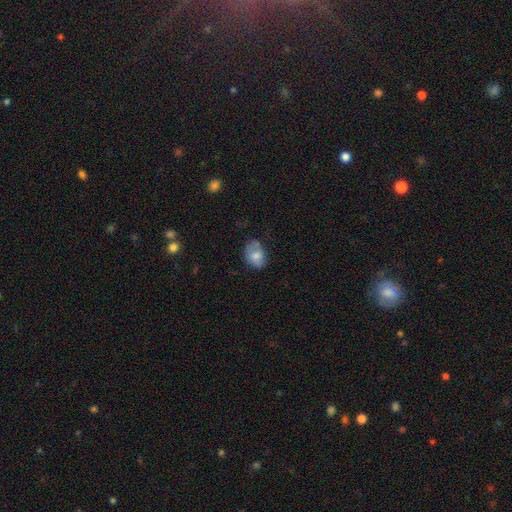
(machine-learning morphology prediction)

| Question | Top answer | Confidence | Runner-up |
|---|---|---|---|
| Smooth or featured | smooth | 74% | featured or disk (18%) |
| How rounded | in between | 76% | round (23%) |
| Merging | none | 54% | minor disturbance (31%) |